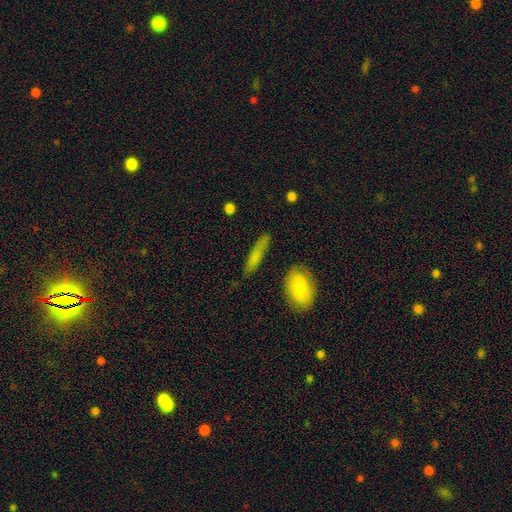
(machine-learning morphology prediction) smooth-or-featured: smooth: 72% | featured or disk: 19% | star or artifact: 9%
  how-rounded: cigar-shaped: 75% | in between: 21% | round: 4%
  merging: none: 82% | minor disturbance: 12% | major disturbance: 3% | merger: 3%